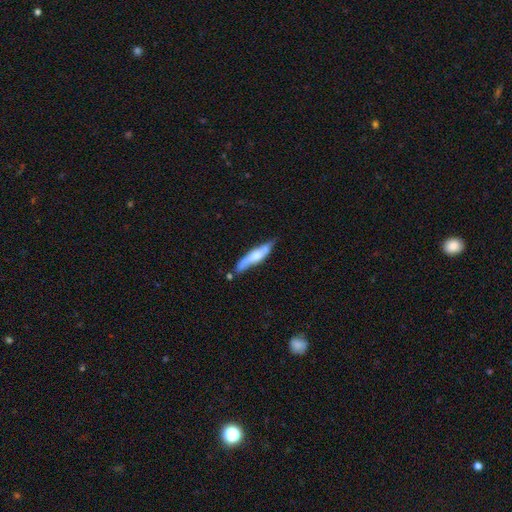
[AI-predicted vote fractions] Morphology: type=smooth (49%); merging=none (62%).